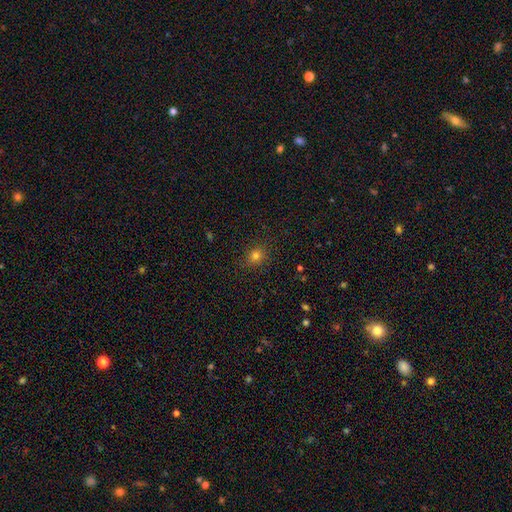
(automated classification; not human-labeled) Smooth or featured?
  - smooth: 77% *
  - star or artifact: 16%
  - featured or disk: 7%
How rounded?
  - round: 74% *
  - in between: 25%
  - cigar-shaped: 1%
Merging?
  - none: 87% *
  - minor disturbance: 9%
  - major disturbance: 3%
  - merger: 1%